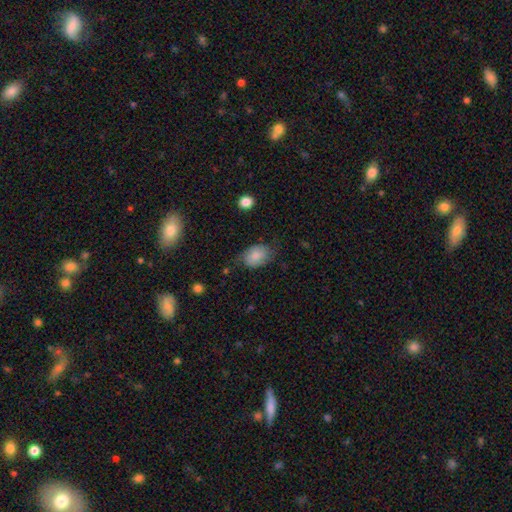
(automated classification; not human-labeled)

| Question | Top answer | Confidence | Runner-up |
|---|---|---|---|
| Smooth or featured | smooth | 81% | featured or disk (11%) |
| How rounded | in between | 83% | round (16%) |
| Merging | none | 63% | minor disturbance (27%) |